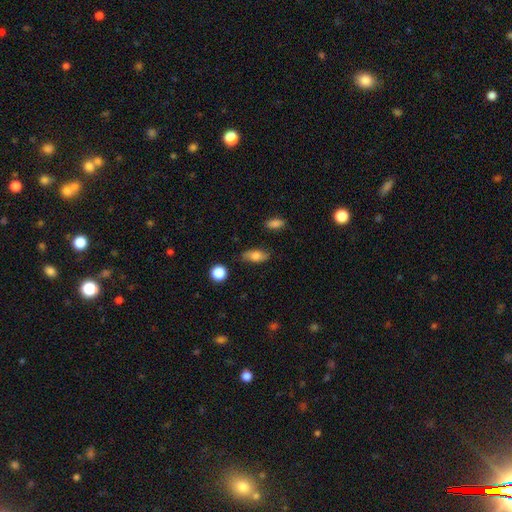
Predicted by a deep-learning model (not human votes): smooth_or_featured: smooth (p=0.74) [alt: featured or disk p=0.17]
how_rounded: in between (p=0.84) [alt: cigar-shaped p=0.10]
merging: none (p=0.79) [alt: minor disturbance p=0.16]